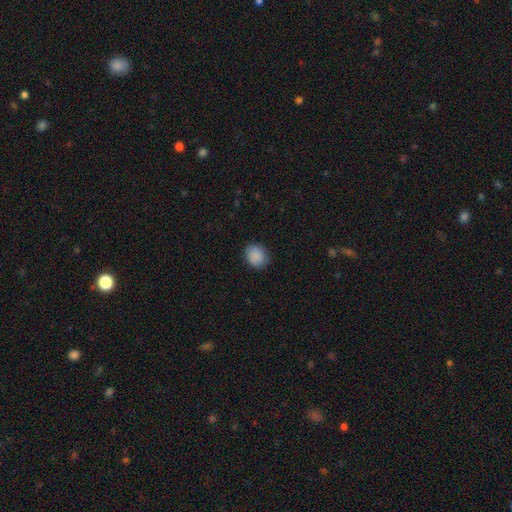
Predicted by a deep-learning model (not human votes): A smooth galaxy with no disk features (89%) that is round (66%).

Vote fractions:
- Smooth or featured? smooth: 89% / star or artifact: 8% / featured or disk: 3%
- How rounded? round: 66% / in between: 33% / cigar-shaped: 1%
- Merging? none: 86% / minor disturbance: 11% / major disturbance: 3% / merger: 1%